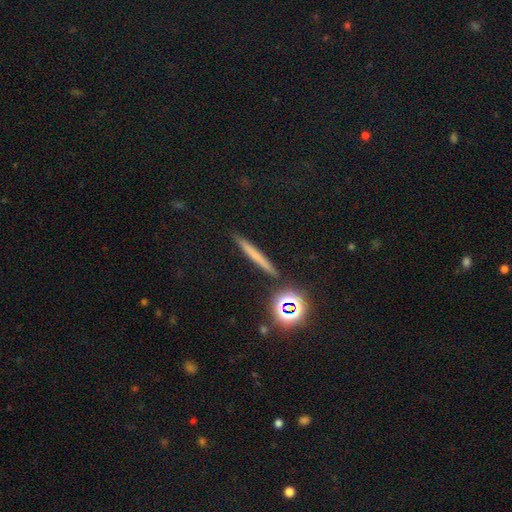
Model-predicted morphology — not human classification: smooth-or-featured: smooth: 57% | featured or disk: 25% | star or artifact: 18%
  how-rounded: cigar-shaped: 91% | round: 5% | in between: 4%
  merging: none: 90% | minor disturbance: 6% | merger: 2% | major disturbance: 2%